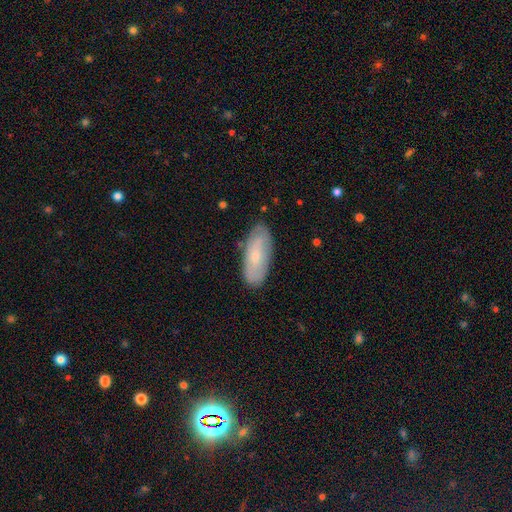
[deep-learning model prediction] A smooth galaxy with no disk features (55%) that is in between round and cigar-shaped (81%).

Vote fractions:
- Smooth or featured? smooth: 55% / featured or disk: 39% / star or artifact: 7%
- How rounded? in between: 81% / cigar-shaped: 16% / round: 2%
- Merging? none: 82% / minor disturbance: 14% / major disturbance: 3% / merger: 1%